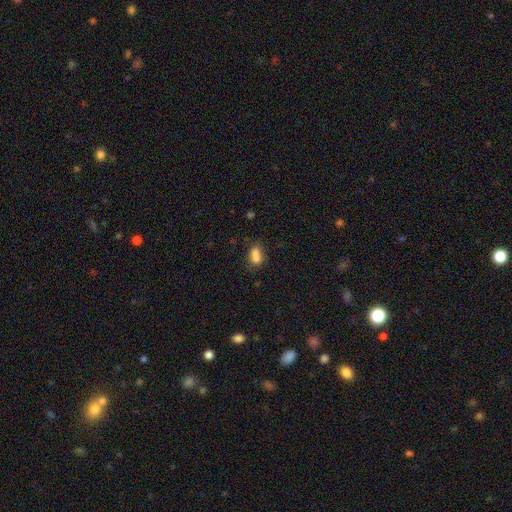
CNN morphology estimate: A smooth galaxy with no disk features (72%) that is in between round and cigar-shaped (63%). Merging: merger (56%).